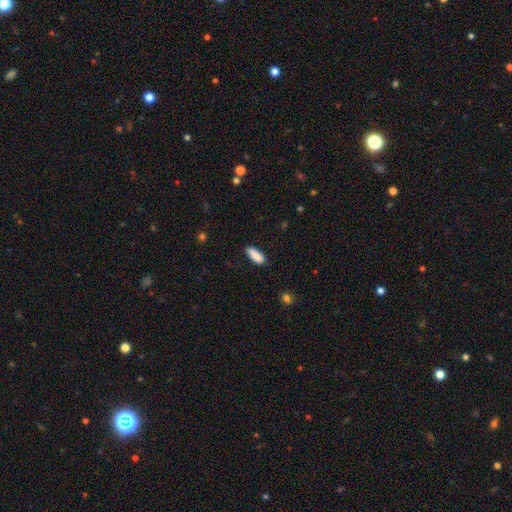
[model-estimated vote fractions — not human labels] A smooth galaxy with no disk features (89%) that is in between round and cigar-shaped (70%).

Vote fractions:
- Smooth or featured? smooth: 89% / star or artifact: 7% / featured or disk: 4%
- How rounded? in between: 70% / cigar-shaped: 28% / round: 2%
- Merging? none: 83% / minor disturbance: 13% / major disturbance: 2% / merger: 1%